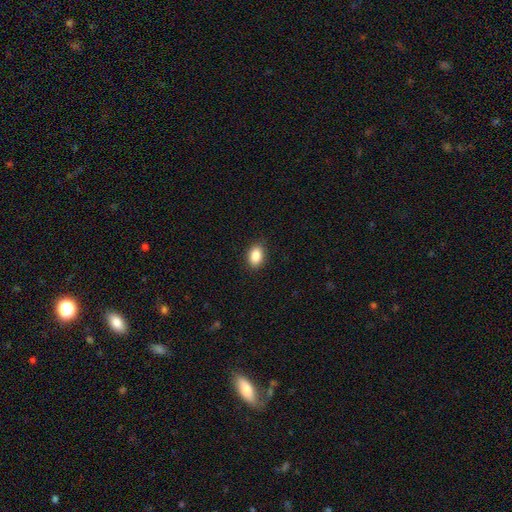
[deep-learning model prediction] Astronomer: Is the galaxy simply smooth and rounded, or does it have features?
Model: smooth — 87%.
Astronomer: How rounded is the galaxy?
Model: in between — 83%.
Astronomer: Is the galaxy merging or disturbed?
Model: none — 88%.